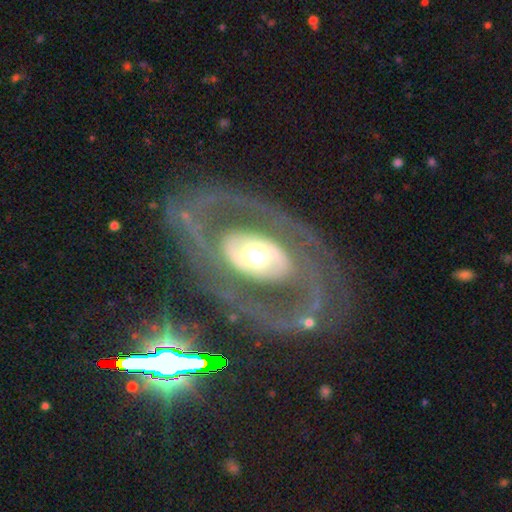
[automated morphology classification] A featured or disk galaxy (79%) with no bar (60%), spiral arms (57%) and a moderate central bulge (57%). Merging: none (74%).